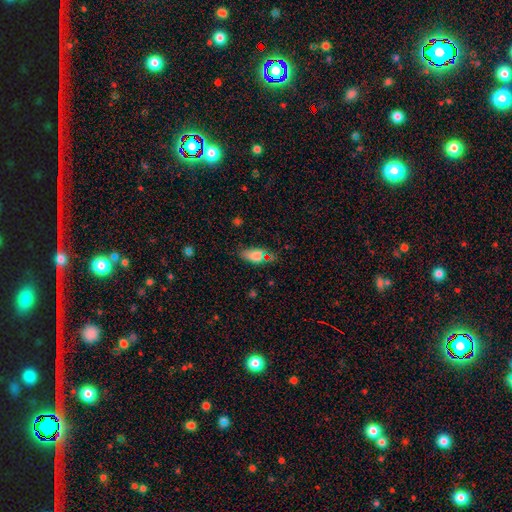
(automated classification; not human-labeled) smooth-or-featured: smooth: 77% | star or artifact: 15% | featured or disk: 8%
  how-rounded: in between: 82% | cigar-shaped: 13% | round: 5%
  merging: none: 67% | minor disturbance: 22% | major disturbance: 7% | merger: 3%